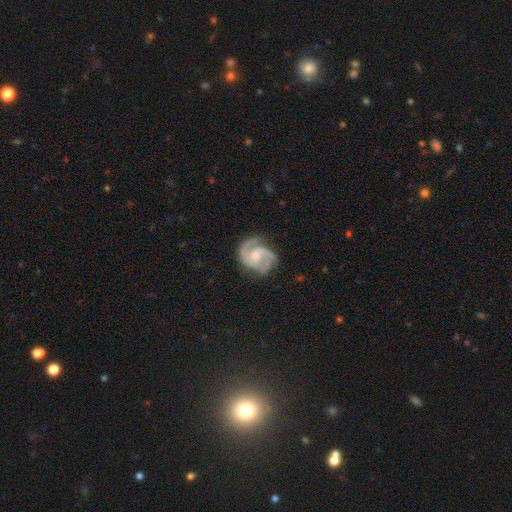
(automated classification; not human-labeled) Overall: featured or disk (89%). Edge-on disk: no (98%). Bar: no (58%; weak 35%). Spiral arms: yes (98%). Spiral arm count: 2 (80%). Spiral winding: medium (52%; tight 37%). Bulge size: moderate (44%; small 43%). Merging: none (70%).